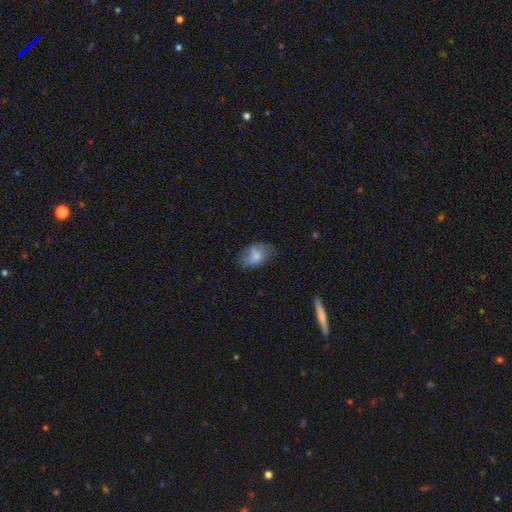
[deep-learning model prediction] The model was most divided on "merging": none: 56%, minor disturbance: 29%, major disturbance: 13%, merger: 2%. More confident: how rounded — in between (87%); smooth or featured — smooth (68%).